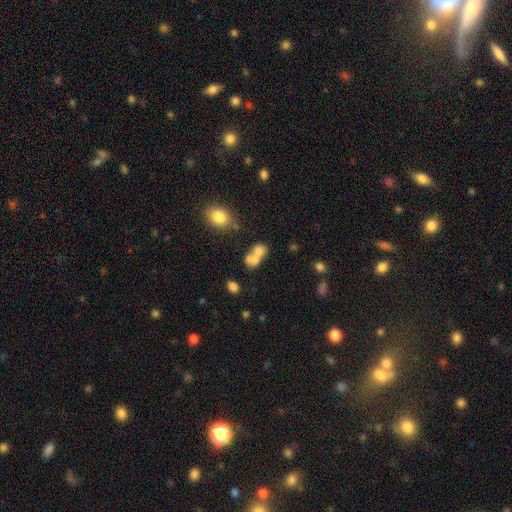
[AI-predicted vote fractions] smooth 66%, featured or disk 23%, star or artifact 11%. Down the decision tree: how rounded — in between (58%); merging — merger (67%).